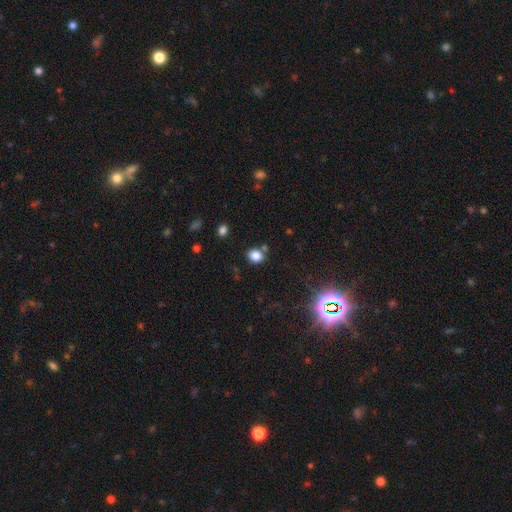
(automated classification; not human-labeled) Smooth or featured? smooth (81%)
How rounded? round (74%)
Merging? none (75%)